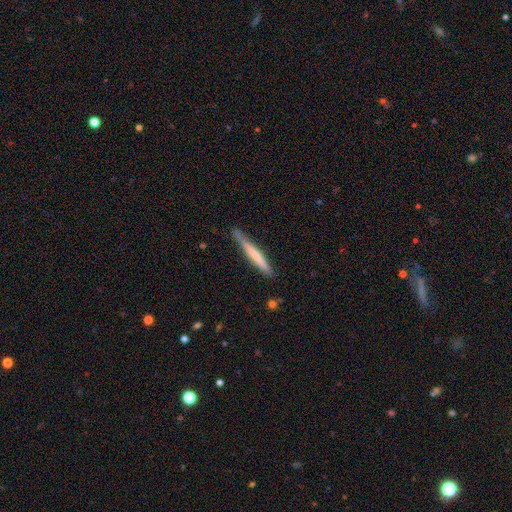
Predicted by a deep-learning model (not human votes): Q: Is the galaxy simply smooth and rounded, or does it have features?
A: smooth — 53%.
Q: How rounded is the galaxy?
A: cigar-shaped — 96%.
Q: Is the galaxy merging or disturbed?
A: none — 77%.